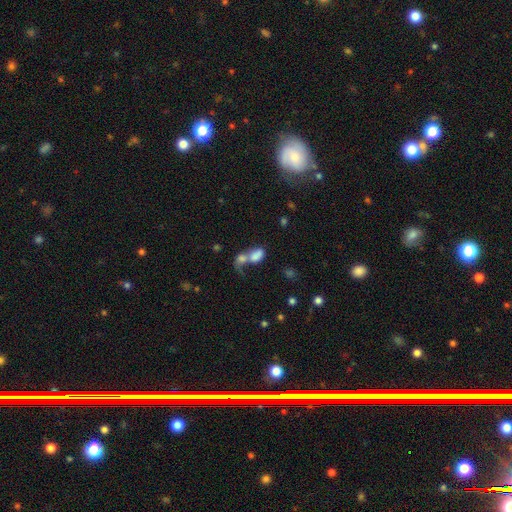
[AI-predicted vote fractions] Overall: smooth (71%). How rounded: in between (78%). Merging: merger (72%).